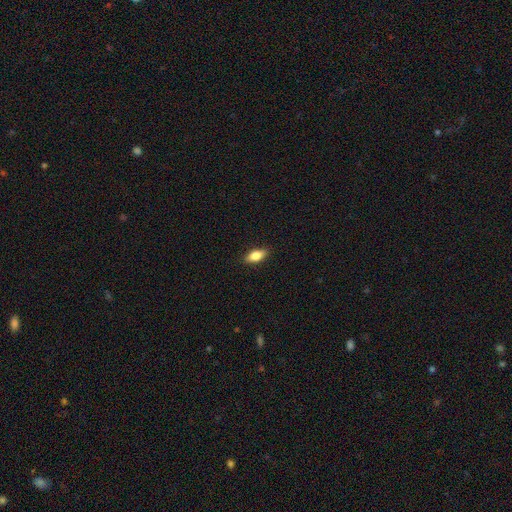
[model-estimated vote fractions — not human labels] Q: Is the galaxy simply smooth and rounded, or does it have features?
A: smooth — 79%.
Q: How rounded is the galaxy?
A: in between — 84%.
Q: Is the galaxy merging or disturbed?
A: none — 88%.